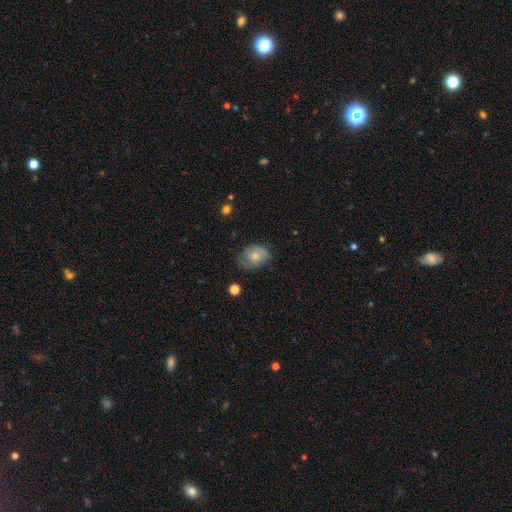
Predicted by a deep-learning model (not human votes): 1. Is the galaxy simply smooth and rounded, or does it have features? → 65% smooth, 27% featured or disk, 8% star or artifact.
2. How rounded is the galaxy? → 67% in between, 32% round, 1% cigar-shaped.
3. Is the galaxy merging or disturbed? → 59% none, 30% minor disturbance, 10% major disturbance, 2% merger.